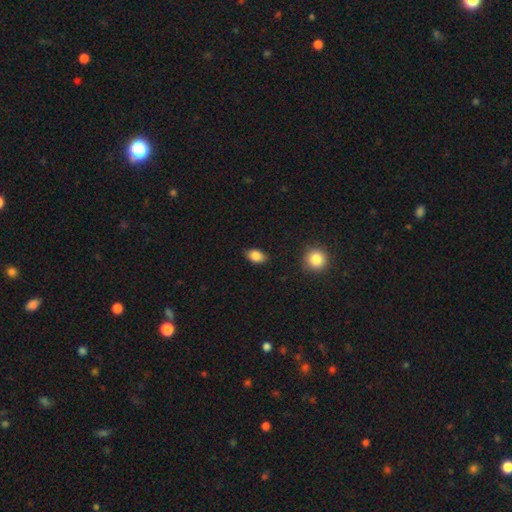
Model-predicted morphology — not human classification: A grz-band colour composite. It shows a smooth galaxy with no disk features (85%) that is in between round and cigar-shaped (84%). Merging: none (81%).